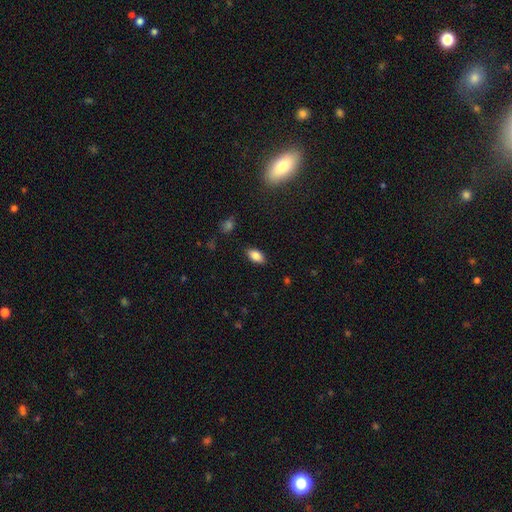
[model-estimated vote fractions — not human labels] Smooth or featured? Predicted: smooth (p=0.85). How rounded? Predicted: in between (p=0.92). Merging? Predicted: none (p=0.86).